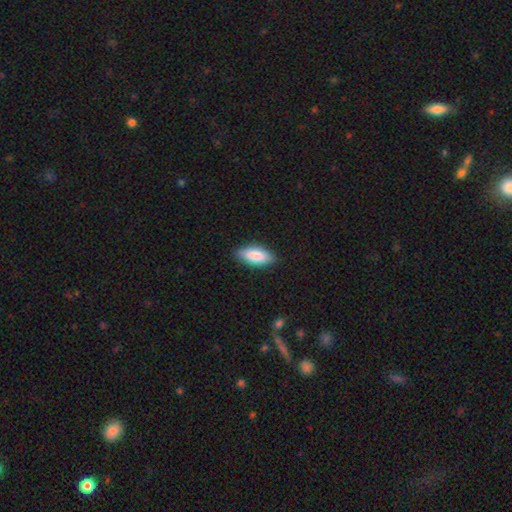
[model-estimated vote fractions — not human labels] Smooth or featured? Predicted: smooth (p=0.83). How rounded? Predicted: in between (p=0.82). Merging? Predicted: none (p=0.87).